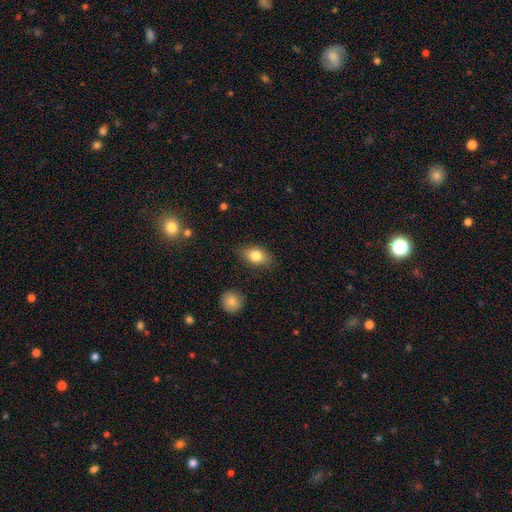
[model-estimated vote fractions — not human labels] Smooth or featured? Predicted: smooth (p=0.81). How rounded? Predicted: in between (p=0.83). Merging? Predicted: none (p=0.82).